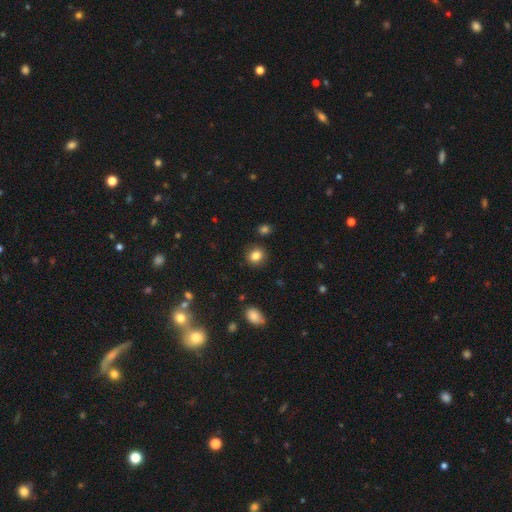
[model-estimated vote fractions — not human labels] A smooth galaxy with no disk features (84%) that is round (73%). Merging: none (87%).